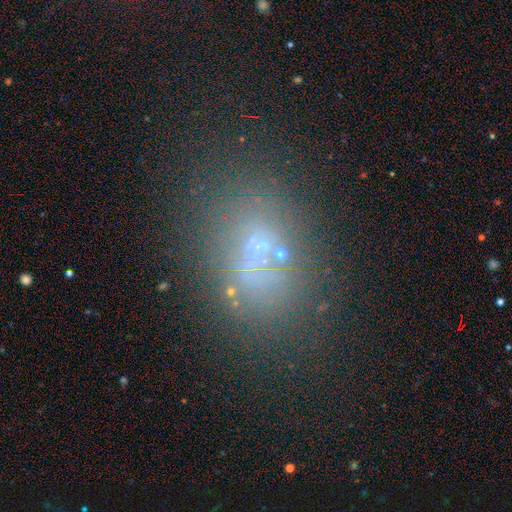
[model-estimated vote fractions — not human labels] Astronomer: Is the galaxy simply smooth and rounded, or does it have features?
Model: smooth — 44% (runner-up: featured or disk, 29%).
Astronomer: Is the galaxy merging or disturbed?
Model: none — 62%.